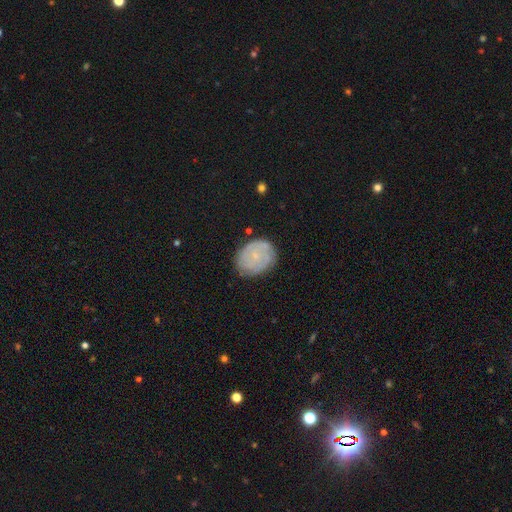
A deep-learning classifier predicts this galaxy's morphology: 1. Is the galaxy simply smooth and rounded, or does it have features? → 58% featured or disk, 34% smooth, 8% star or artifact.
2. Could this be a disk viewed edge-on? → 97% no, 3% yes.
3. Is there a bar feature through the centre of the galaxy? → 82% no, 16% weak, 2% strong.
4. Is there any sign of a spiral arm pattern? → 83% yes, 17% no.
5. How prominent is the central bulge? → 80% small, 12% moderate, 6% none, 1% large, 1% dominant.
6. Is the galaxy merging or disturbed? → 78% none, 17% minor disturbance, 4% major disturbance, 1% merger.